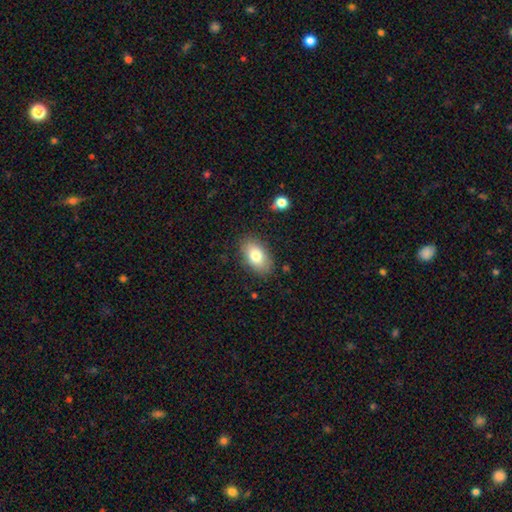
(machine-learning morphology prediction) This is likely a smooth galaxy (79%). How rounded: clearly in between (91%). Merging: clearly none (85%).